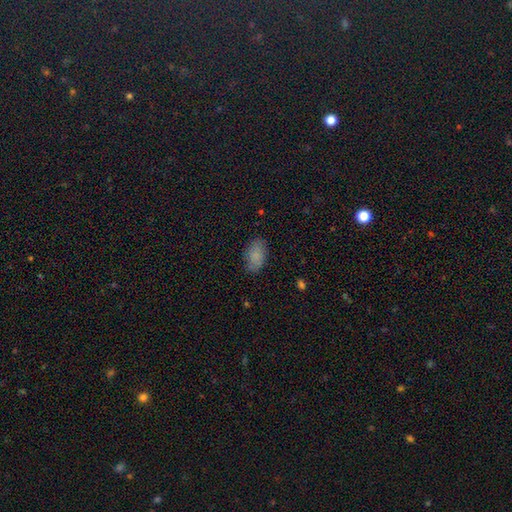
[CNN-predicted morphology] Smooth or featured? smooth (82%)
How rounded? in between (92%)
Merging? none (81%)